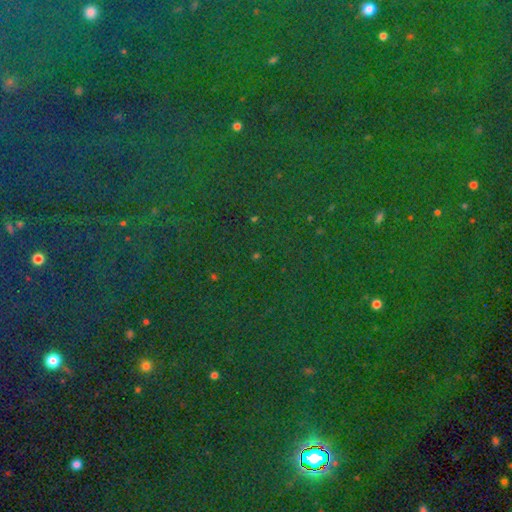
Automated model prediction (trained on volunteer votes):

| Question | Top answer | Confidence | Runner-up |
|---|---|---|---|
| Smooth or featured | star or artifact | 80% | smooth (12%) |